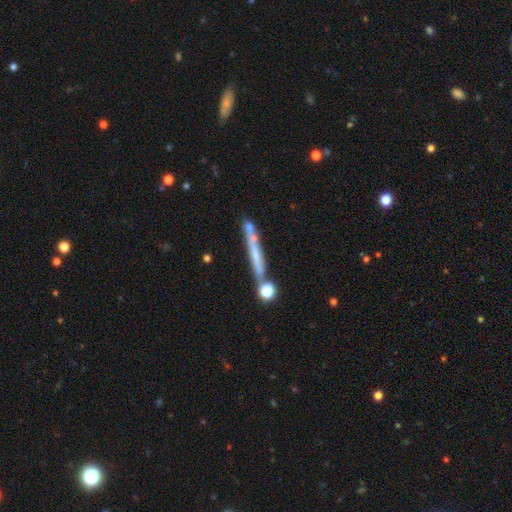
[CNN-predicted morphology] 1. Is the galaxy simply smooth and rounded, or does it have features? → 46% featured or disk, 44% smooth, 10% star or artifact.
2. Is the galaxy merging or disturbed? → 66% none, 15% minor disturbance, 14% merger, 5% major disturbance.